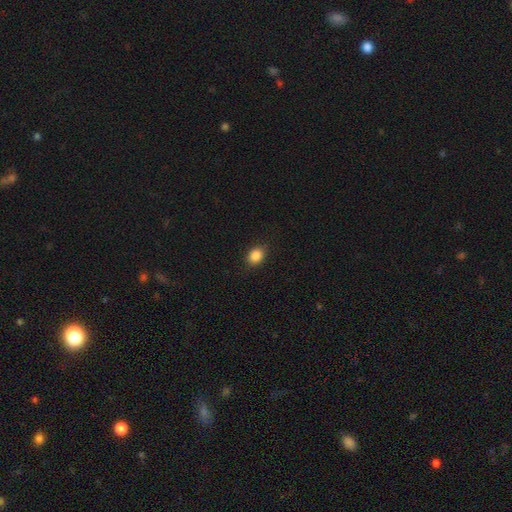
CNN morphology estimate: This appears to be a smooth galaxy with no disk features (87%) that is in between round and cigar-shaped (50%). Merging: none (86%).